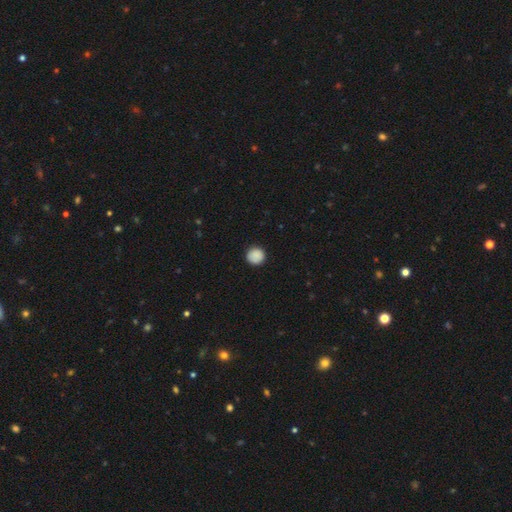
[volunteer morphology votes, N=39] Smooth or featured? 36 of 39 (92%) said smooth. How rounded? 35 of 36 (97%) said round. Merging? 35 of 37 (95%) said none.